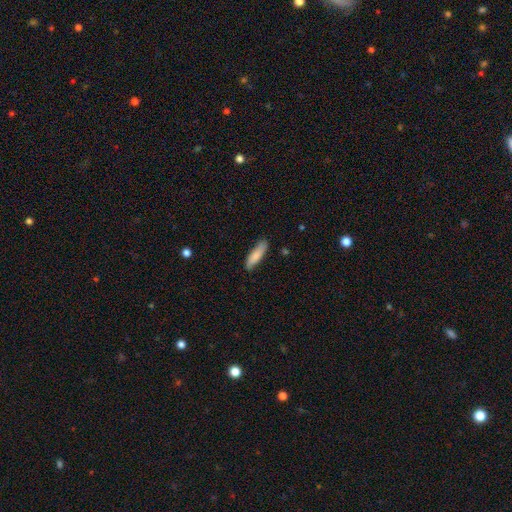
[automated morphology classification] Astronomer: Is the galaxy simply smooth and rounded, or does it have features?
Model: smooth — 83%.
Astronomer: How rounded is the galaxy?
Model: cigar-shaped — 64%.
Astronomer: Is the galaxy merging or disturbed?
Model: none — 82%.